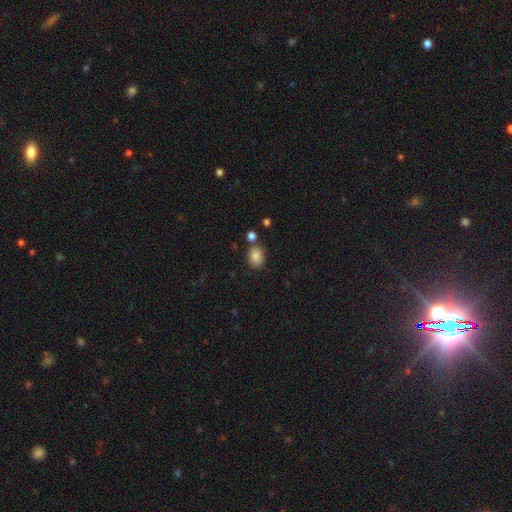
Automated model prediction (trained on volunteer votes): Smooth or featured?
  - smooth: 84% *
  - star or artifact: 10%
  - featured or disk: 6%
How rounded?
  - in between: 56% *
  - round: 43%
  - cigar-shaped: 1%
Merging?
  - none: 76% *
  - minor disturbance: 12%
  - merger: 9%
  - major disturbance: 3%